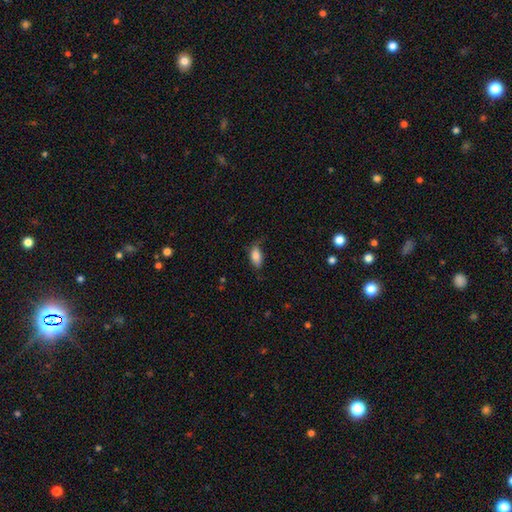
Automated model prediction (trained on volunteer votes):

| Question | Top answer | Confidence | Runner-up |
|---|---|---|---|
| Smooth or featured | smooth | 81% | featured or disk (11%) |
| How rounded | in between | 90% | cigar-shaped (6%) |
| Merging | none | 58% | minor disturbance (31%) |